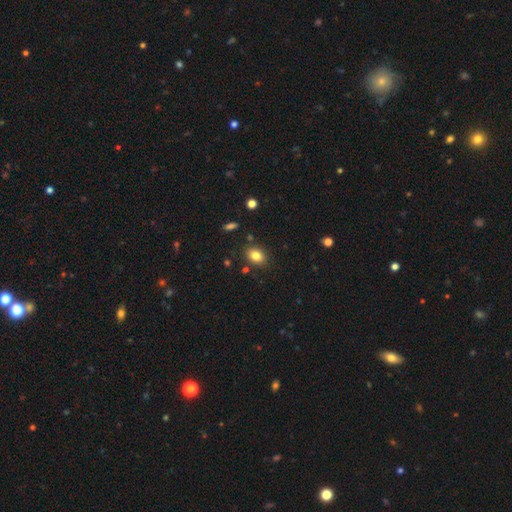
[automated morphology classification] smooth-or-featured: smooth: 82% | star or artifact: 10% | featured or disk: 8%
  how-rounded: in between: 72% | round: 26% | cigar-shaped: 1%
  merging: none: 84% | minor disturbance: 10% | merger: 3% | major disturbance: 3%